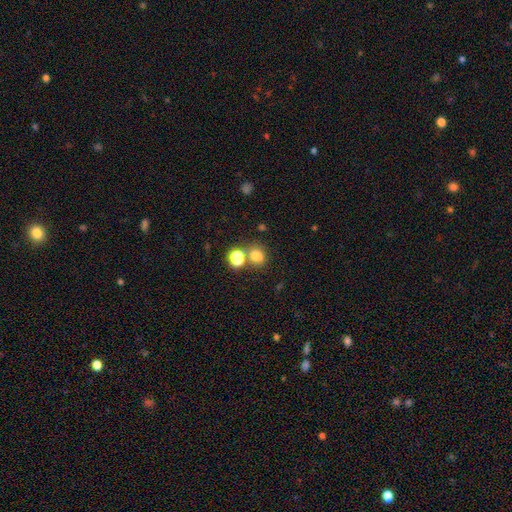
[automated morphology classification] Smooth or featured?
  - smooth: 73% *
  - star or artifact: 19%
  - featured or disk: 7%
How rounded?
  - round: 65% *
  - in between: 34%
  - cigar-shaped: 1%
Merging?
  - none: 59% *
  - merger: 25%
  - minor disturbance: 11%
  - major disturbance: 5%